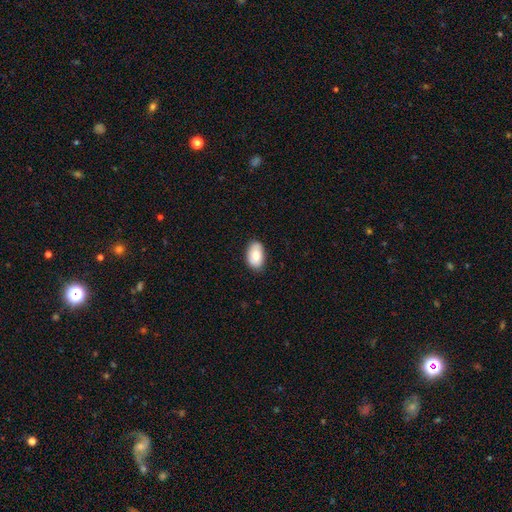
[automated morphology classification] Smooth or featured: smooth — 80% (featured or disk — 13%)
How rounded: in between — 91% (round — 7%)
Merging: none — 83% (minor disturbance — 13%)